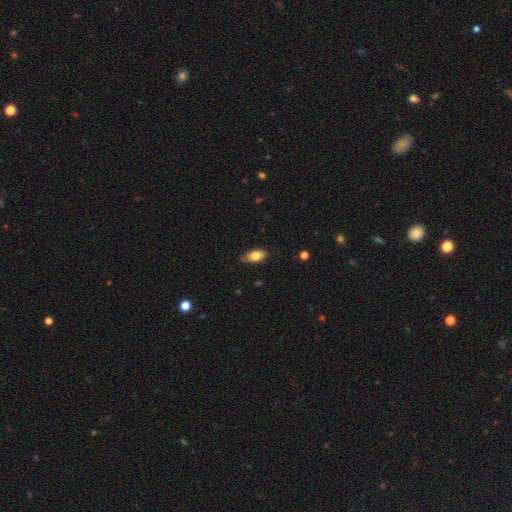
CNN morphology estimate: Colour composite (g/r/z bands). It shows a smooth galaxy with no disk features (80%) that is in between round and cigar-shaped (88%). Merging: none (73%).